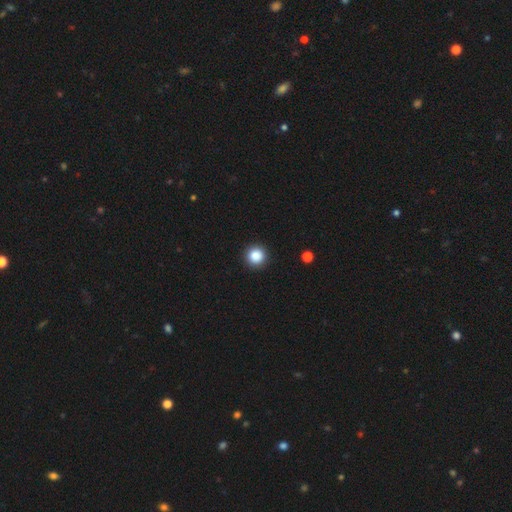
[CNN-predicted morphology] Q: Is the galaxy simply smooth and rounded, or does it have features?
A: smooth — 86%.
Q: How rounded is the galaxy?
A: round — 95%.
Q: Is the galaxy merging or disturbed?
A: none — 92%.